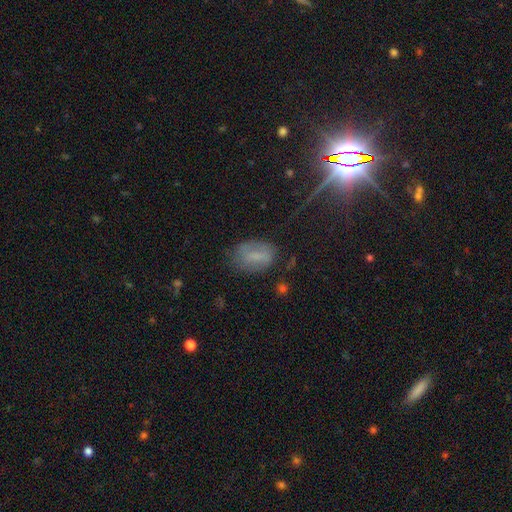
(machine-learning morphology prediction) Smooth or featured? smooth (55%)
How rounded? in between (85%)
Merging? none (67%)